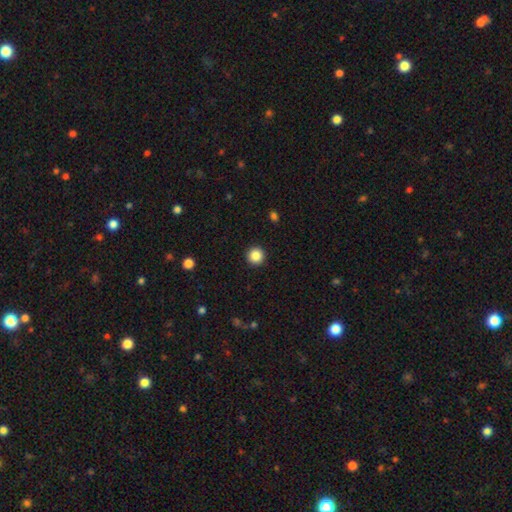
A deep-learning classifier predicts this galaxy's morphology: Smooth or featured? smooth (86%)
How rounded? round (96%)
Merging? none (93%)